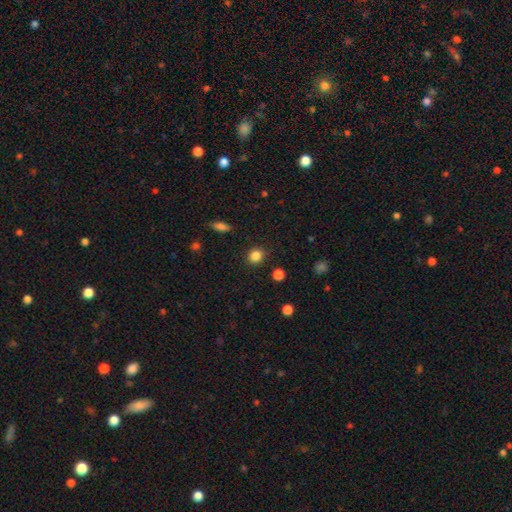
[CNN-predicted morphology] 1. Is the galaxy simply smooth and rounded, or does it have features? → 84% smooth, 11% star or artifact, 4% featured or disk.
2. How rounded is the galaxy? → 77% round, 22% in between, 1% cigar-shaped.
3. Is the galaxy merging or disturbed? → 89% none, 7% minor disturbance, 2% major disturbance, 2% merger.